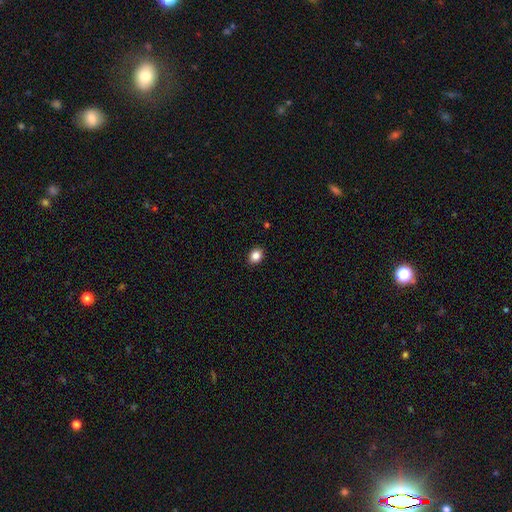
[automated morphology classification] smooth_or_featured: smooth (p=0.85) [alt: star or artifact p=0.10]
how_rounded: round (p=0.53) [alt: in between p=0.46]
merging: none (p=0.90) [alt: minor disturbance p=0.07]